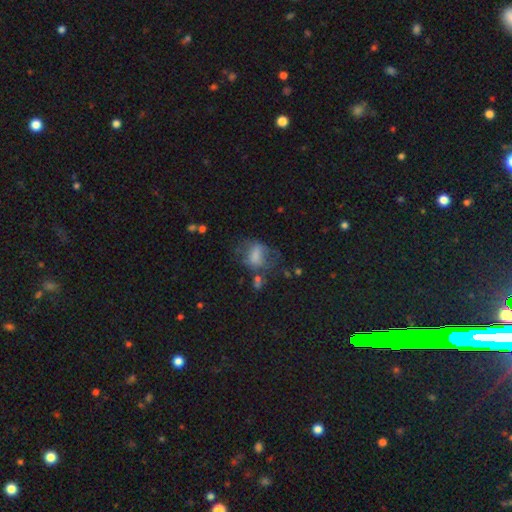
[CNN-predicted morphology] Q: Smooth or featured?
A: smooth (60%); runner-up: featured or disk (28%)
Q: How rounded?
A: in between (65%); runner-up: round (33%)
Q: Merging?
A: none (35%); runner-up: major disturbance (33%)